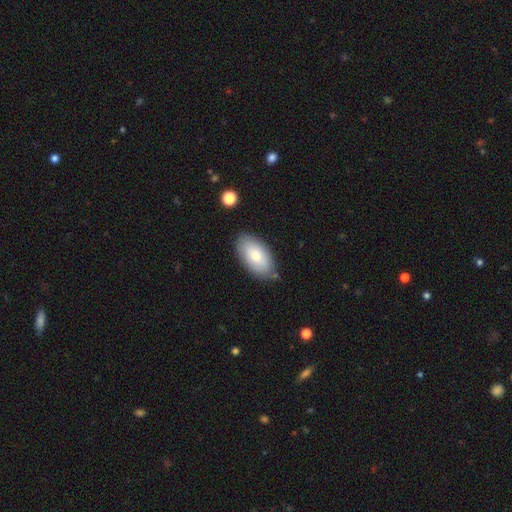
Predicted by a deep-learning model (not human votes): smooth 76%, featured or disk 18%, star or artifact 6%. Down the decision tree: how rounded — in between (95%); merging — none (77%).